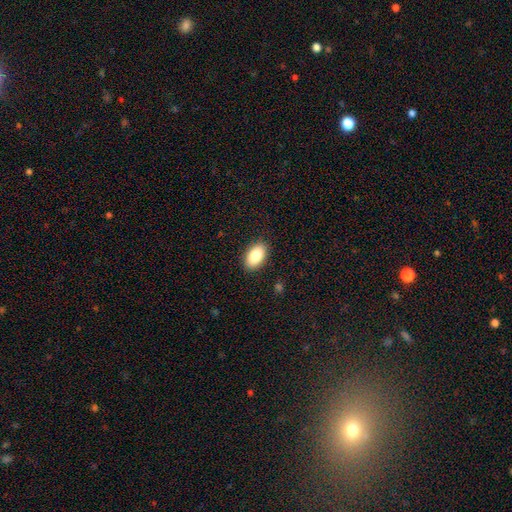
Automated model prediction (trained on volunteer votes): Smooth or featured?
  - smooth: 85% *
  - featured or disk: 7%
  - star or artifact: 7%
How rounded?
  - in between: 93% *
  - round: 6%
  - cigar-shaped: 1%
Merging?
  - none: 89% *
  - minor disturbance: 8%
  - major disturbance: 2%
  - merger: 1%